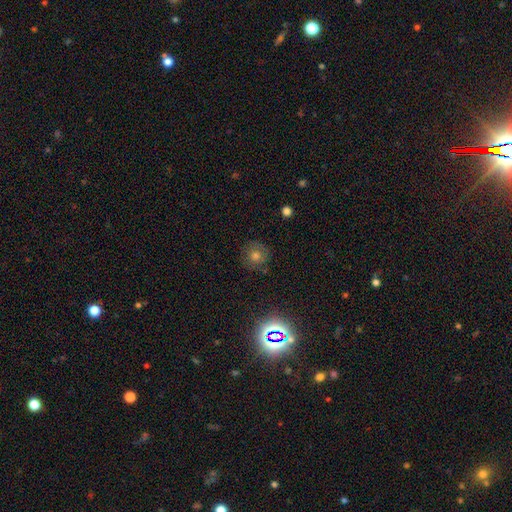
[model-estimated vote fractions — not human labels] Smooth or featured: smooth — 51% (star or artifact — 28%)
How rounded: round — 90% (in between — 9%)
Merging: none — 82% (minor disturbance — 12%)